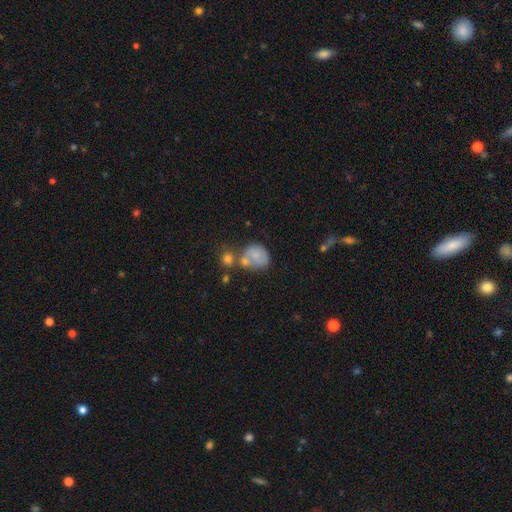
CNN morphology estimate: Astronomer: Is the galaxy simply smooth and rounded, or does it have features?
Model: smooth — 67%.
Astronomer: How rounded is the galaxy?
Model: round — 64%.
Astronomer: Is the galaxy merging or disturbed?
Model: none — 38% (runner-up: merger, 31%).